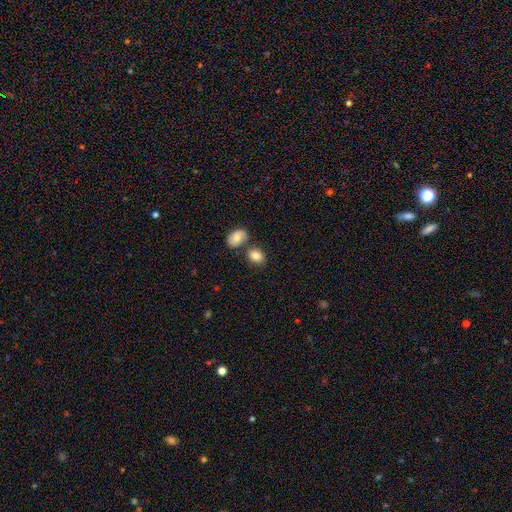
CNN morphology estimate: smooth-or-featured: smooth: 83% | featured or disk: 9% | star or artifact: 8%
  how-rounded: in between: 59% | round: 40% | cigar-shaped: 1%
  merging: none: 60% | merger: 26% | minor disturbance: 10% | major disturbance: 3%